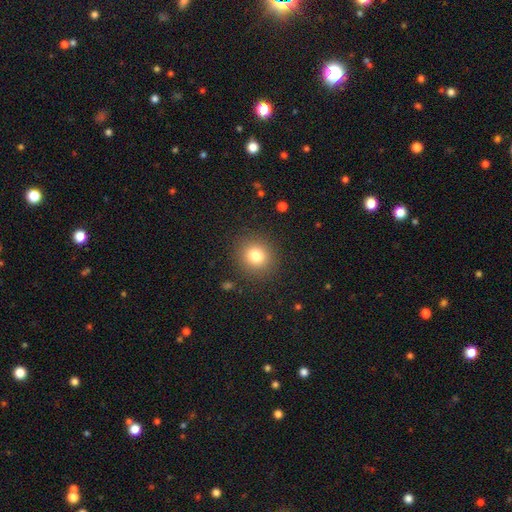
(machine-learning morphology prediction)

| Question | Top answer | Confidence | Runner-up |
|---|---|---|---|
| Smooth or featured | smooth | 79% | star or artifact (13%) |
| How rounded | round | 88% | in between (11%) |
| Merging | none | 89% | minor disturbance (7%) |